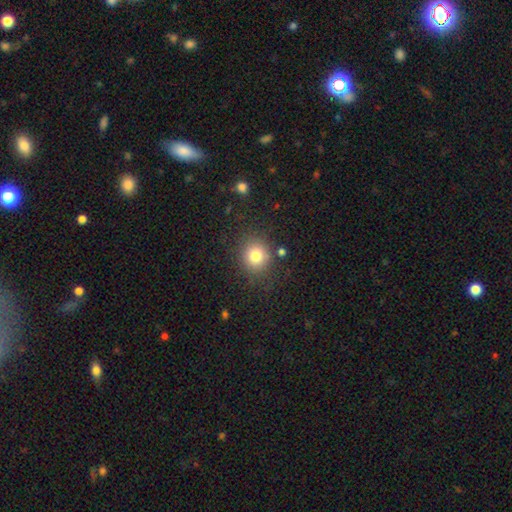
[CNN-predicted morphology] A smooth galaxy with no disk features (79%) that is round (81%). Merging: none (82%).